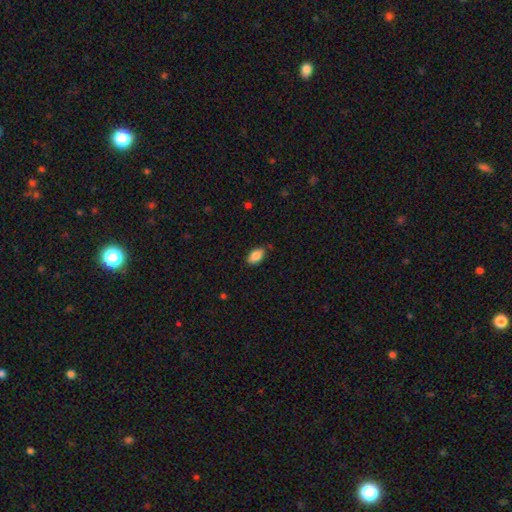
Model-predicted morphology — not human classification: Smooth or featured?
  - smooth: 87% *
  - star or artifact: 8%
  - featured or disk: 5%
How rounded?
  - in between: 92% *
  - round: 6%
  - cigar-shaped: 2%
Merging?
  - none: 79% *
  - minor disturbance: 17%
  - major disturbance: 3%
  - merger: 2%